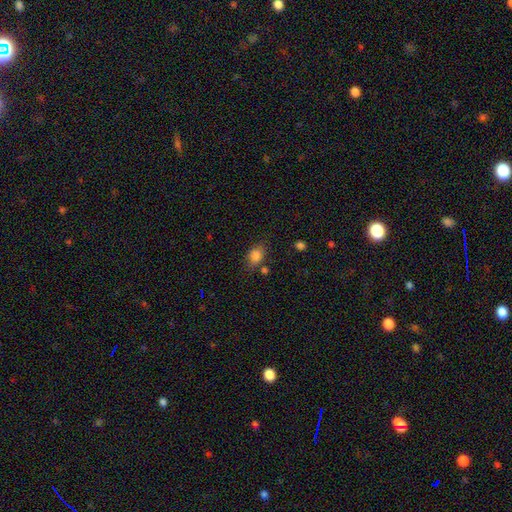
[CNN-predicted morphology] Smooth or featured?
  - smooth: 82% *
  - star or artifact: 11%
  - featured or disk: 7%
How rounded?
  - in between: 73% *
  - round: 25%
  - cigar-shaped: 2%
Merging?
  - none: 69% *
  - minor disturbance: 19%
  - merger: 7%
  - major disturbance: 5%